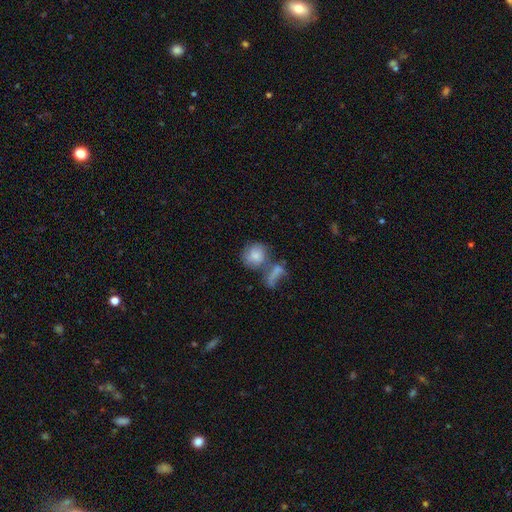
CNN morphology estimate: Q: Smooth or featured?
A: smooth (75%); runner-up: featured or disk (18%)
Q: How rounded?
A: round (71%); runner-up: in between (27%)
Q: Merging?
A: merger (47%); runner-up: none (30%)